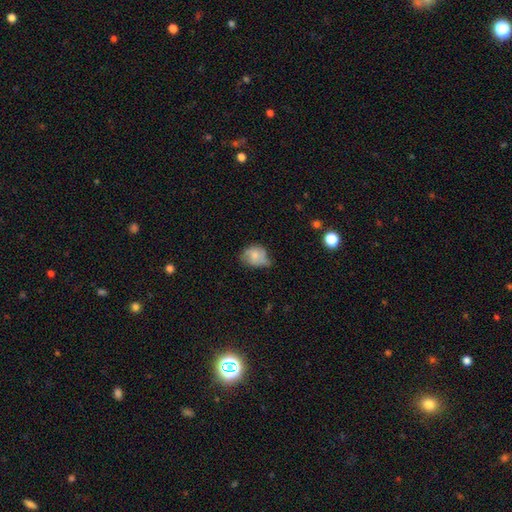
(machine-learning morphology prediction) Smooth or featured? Predicted: smooth (p=0.63). How rounded? Predicted: in between (p=0.52). Merging? Predicted: minor disturbance (p=0.42).